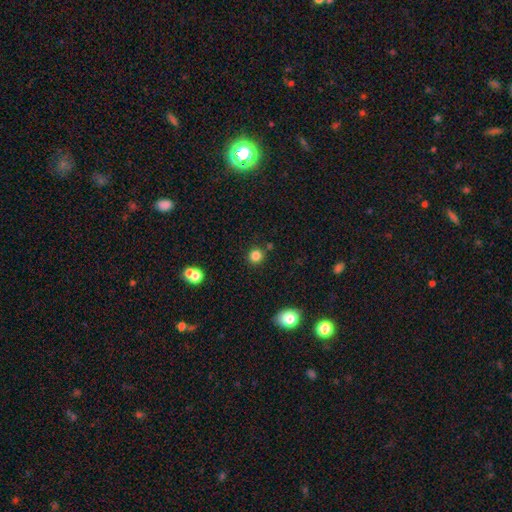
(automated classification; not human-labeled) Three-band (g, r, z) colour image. It shows a smooth galaxy with no disk features (82%) that is round (92%). Merging: none (84%).